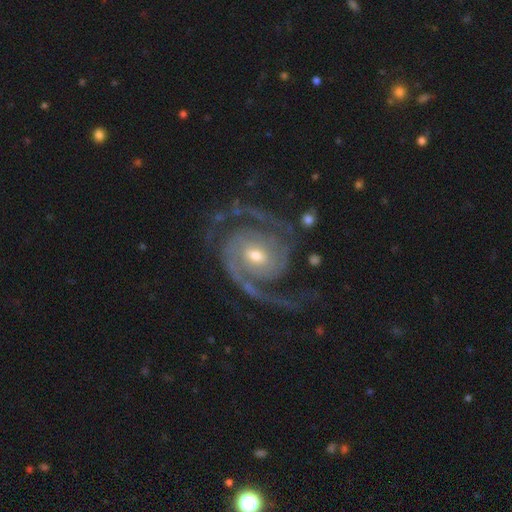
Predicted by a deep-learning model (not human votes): A featured or disk galaxy (92%) with no bar (53%), 2 (86%) medium (45%) spiral arms (98%) and a moderate central bulge (52%).

Vote fractions:
- Smooth or featured? featured or disk: 92% / star or artifact: 4% / smooth: 4%
- Edge-on disk? no: 98% / yes: 2%
- Bar? no: 53% / weak: 34% / strong: 13%
- Spiral arms? yes: 98% / no: 2%
- Spiral winding? medium: 45% / tight: 40% / loose: 14%
- Spiral arm count? 2: 86% / 3: 5% / can't tell: 3% / 1: 2% / 4: 2% / more than 4: 2%
- Bulge size? moderate: 52% / small: 42% / large: 4% / none: 1% / dominant: 1%
- Merging? none: 71% / minor disturbance: 15% / major disturbance: 12% / merger: 3%